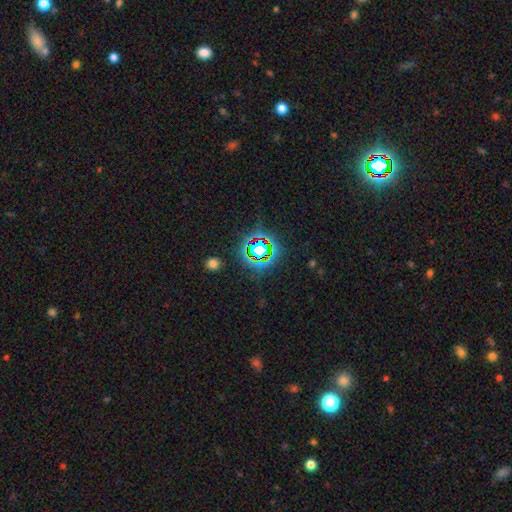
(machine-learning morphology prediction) smooth-or-featured: star or artifact: 69% | smooth: 20% | featured or disk: 11%